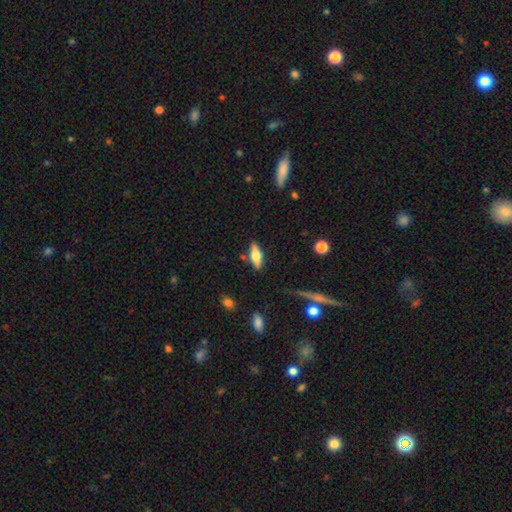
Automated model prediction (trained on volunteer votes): Overall: smooth (57%; featured or disk 37%). How rounded: in between (57%; cigar-shaped 40%). Merging: none (82%).